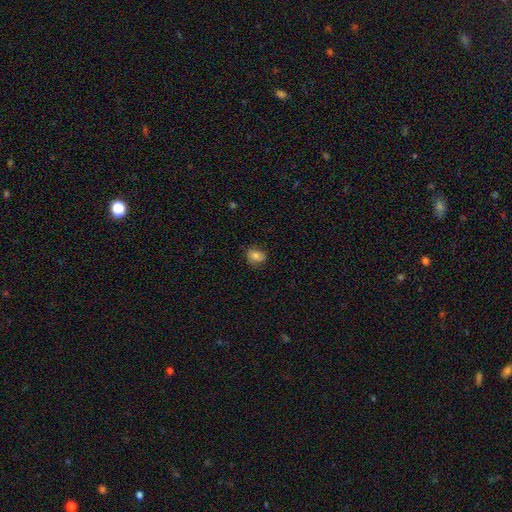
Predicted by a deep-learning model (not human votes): A smooth galaxy with no disk features (80%) that is round (50%).

Vote fractions:
- Smooth or featured? smooth: 80% / featured or disk: 10% / star or artifact: 10%
- How rounded? round: 50% / in between: 49% / cigar-shaped: 1%
- Merging? none: 72% / minor disturbance: 22% / major disturbance: 5% / merger: 1%